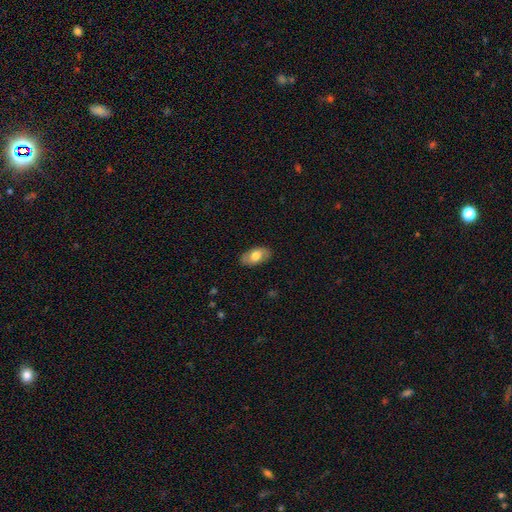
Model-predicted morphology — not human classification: smooth_or_featured: smooth (p=0.64) [alt: featured or disk p=0.30]
how_rounded: in between (p=0.94) [alt: round p=0.04]
merging: none (p=0.85) [alt: minor disturbance p=0.11]